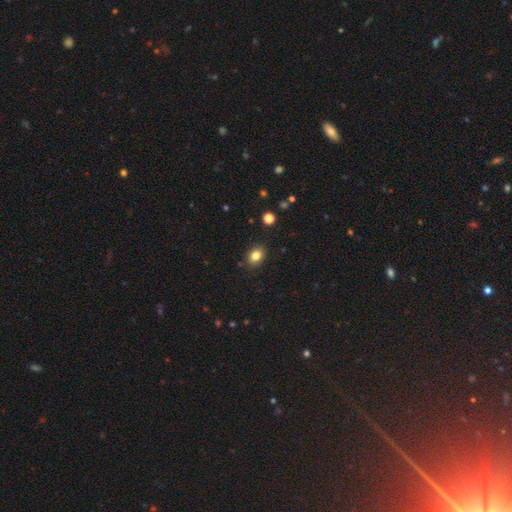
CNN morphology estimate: This appears to be a smooth galaxy with no disk features (83%) that is in between round and cigar-shaped (61%). Merging: none (86%).